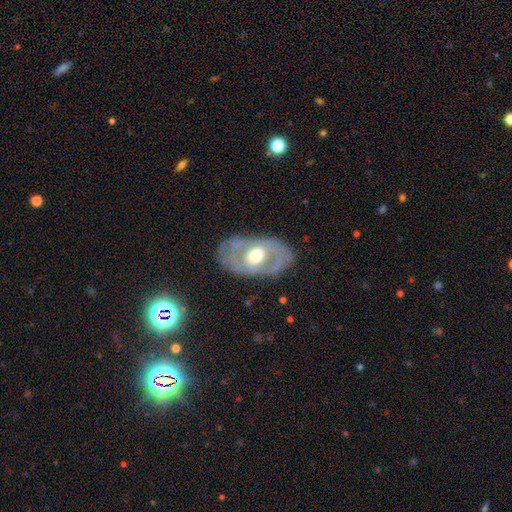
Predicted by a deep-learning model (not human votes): A featured or disk galaxy (72%) with no bar (55%), spiral arms (50%, tied with no) and a moderate central bulge (70%). Merging: none (78%).